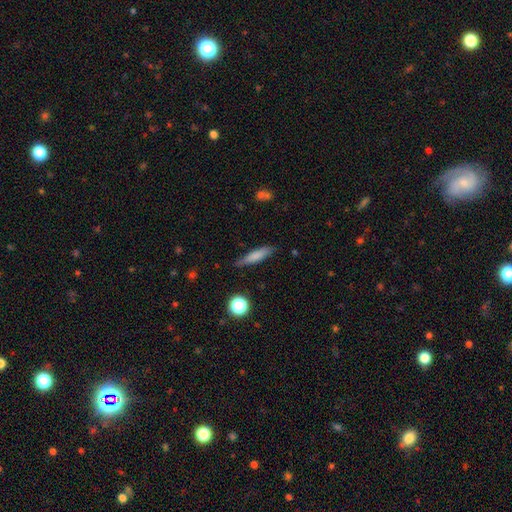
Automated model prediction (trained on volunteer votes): Smooth or featured? Predicted: smooth (p=0.75). How rounded? Predicted: cigar-shaped (p=0.82). Merging? Predicted: none (p=0.81).